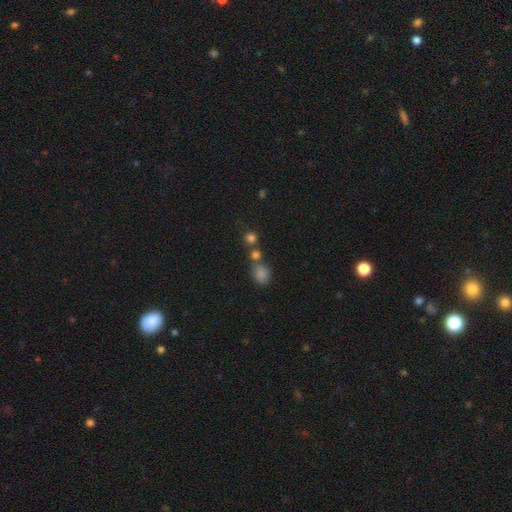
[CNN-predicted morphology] Smooth or featured?
  - smooth: 60% *
  - star or artifact: 31%
  - featured or disk: 9%
How rounded?
  - round: 78% *
  - in between: 20%
  - cigar-shaped: 2%
Merging?
  - none: 61% *
  - merger: 26%
  - minor disturbance: 9%
  - major disturbance: 4%